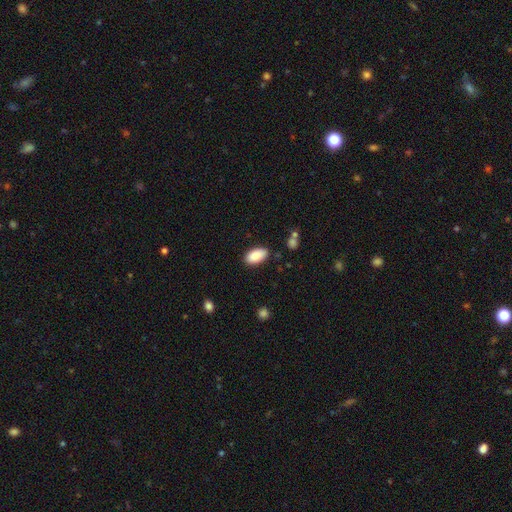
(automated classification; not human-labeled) A smooth galaxy with no disk features (88%) that is in between round and cigar-shaped (94%). Merging: none (84%).